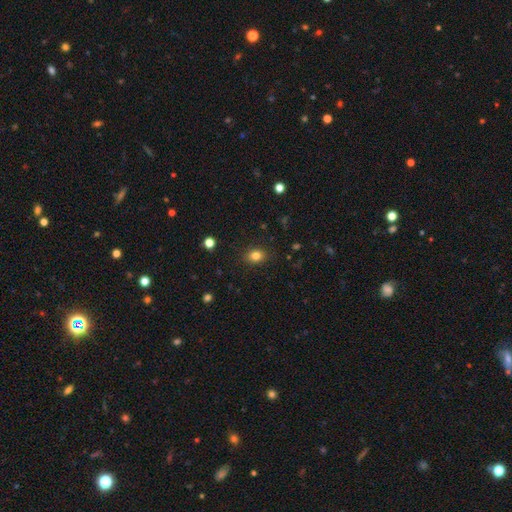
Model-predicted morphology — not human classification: Overall: smooth (82%). How rounded: in between (54%; round 45%). Merging: none (88%).